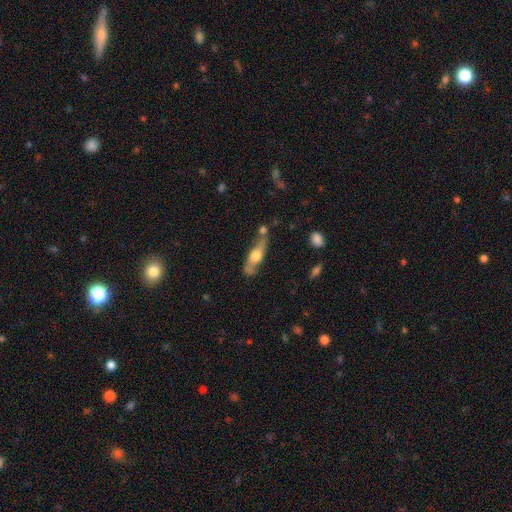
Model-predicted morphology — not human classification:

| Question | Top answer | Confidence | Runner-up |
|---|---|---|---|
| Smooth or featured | featured or disk | 52% | smooth (41%) |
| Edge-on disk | yes | 54% | no (46%) |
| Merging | none | 53% | minor disturbance (21%) |